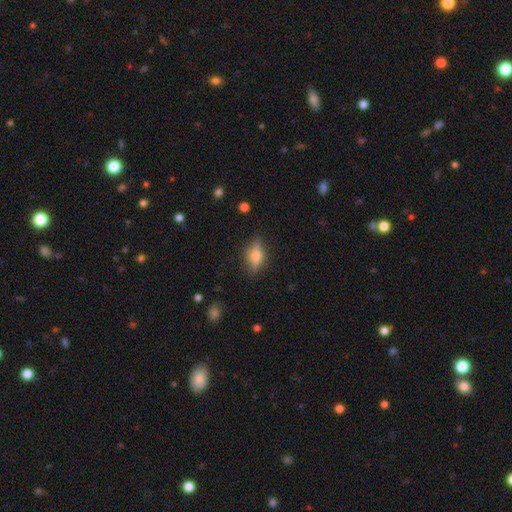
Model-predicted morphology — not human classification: Q: Smooth or featured?
A: featured or disk (46%); runner-up: smooth (45%)
Q: Merging?
A: none (81%); runner-up: minor disturbance (14%)